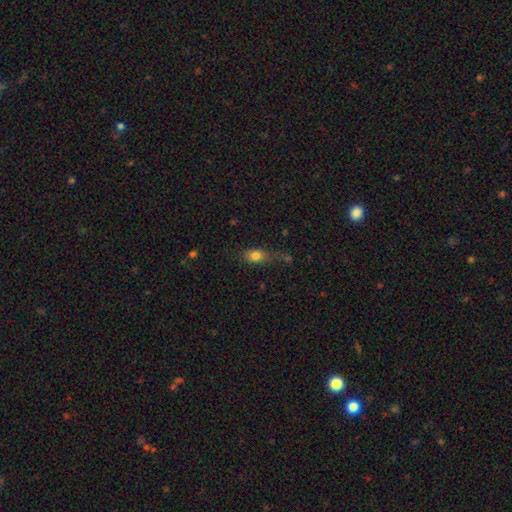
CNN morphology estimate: type=smooth (79%); roundness=in between (72%); merging=none (50%).